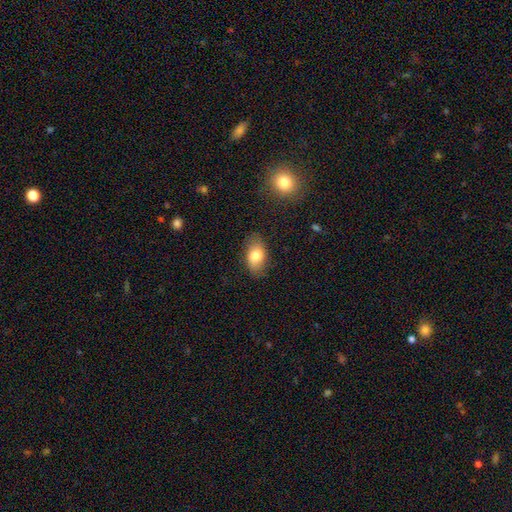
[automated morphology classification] Overall: smooth (78%). How rounded: in between (90%). Merging: none (81%).